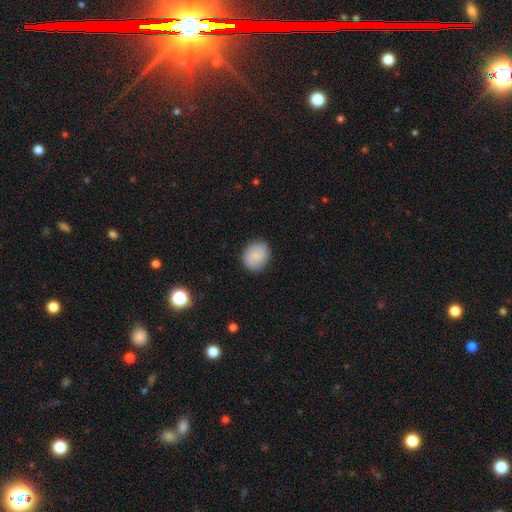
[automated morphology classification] A smooth galaxy with no disk features (74%) that is round (66%). Merging: none (87%).